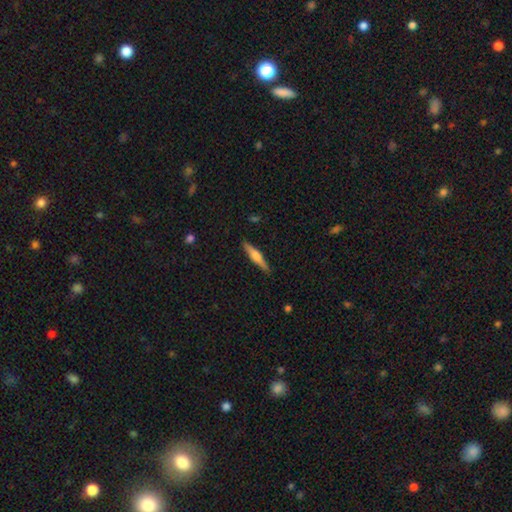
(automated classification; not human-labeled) Overall: smooth (51%; featured or disk 44%). How rounded: cigar-shaped (88%). Merging: none (89%).